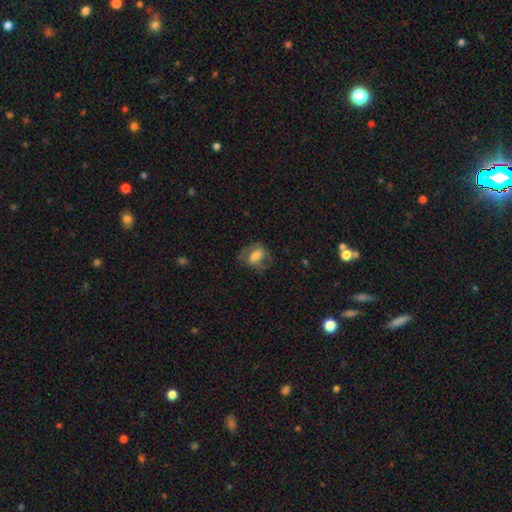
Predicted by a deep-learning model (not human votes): Morphology: type=smooth (52%); roundness=in between (70%); merging=none (61%).